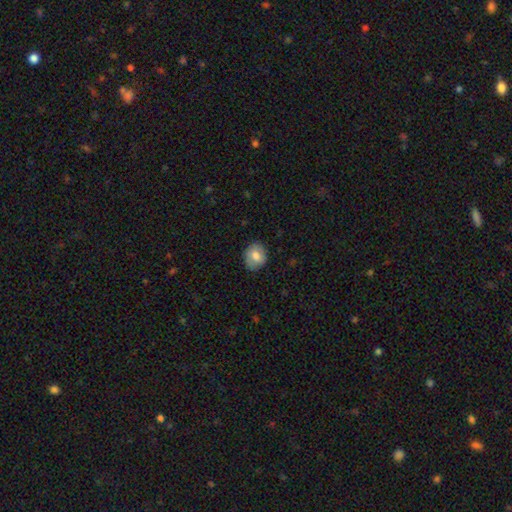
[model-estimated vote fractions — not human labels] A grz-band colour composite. It shows a smooth galaxy with no disk features (76%) that is round (57%). Merging: none (83%).